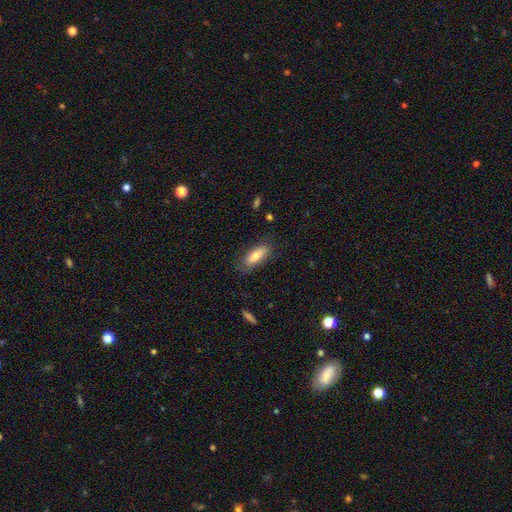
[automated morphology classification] This appears to be a smooth galaxy with no disk features (71%) that is in between round and cigar-shaped (63%). Merging: none (78%).